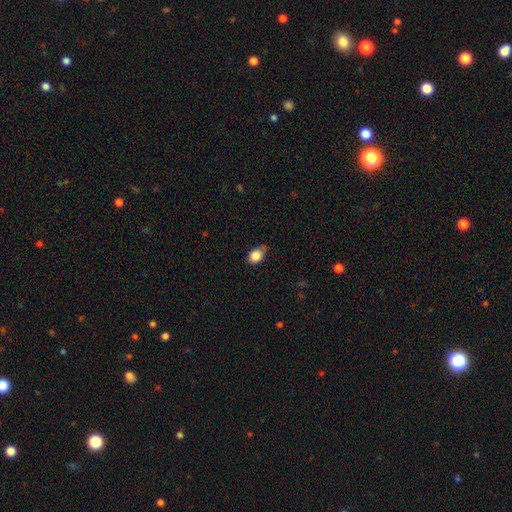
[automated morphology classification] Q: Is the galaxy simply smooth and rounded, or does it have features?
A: smooth — 86%.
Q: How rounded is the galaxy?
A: in between — 67%.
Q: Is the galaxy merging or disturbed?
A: none — 61%.